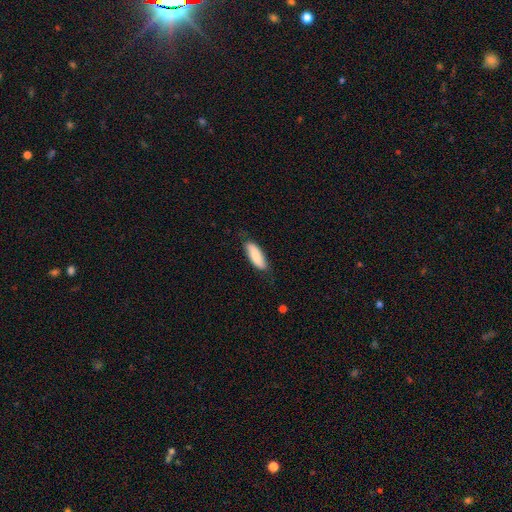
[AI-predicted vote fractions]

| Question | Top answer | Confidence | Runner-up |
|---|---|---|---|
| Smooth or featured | smooth | 82% | featured or disk (12%) |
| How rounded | in between | 61% | cigar-shaped (37%) |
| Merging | none | 72% | minor disturbance (23%) |